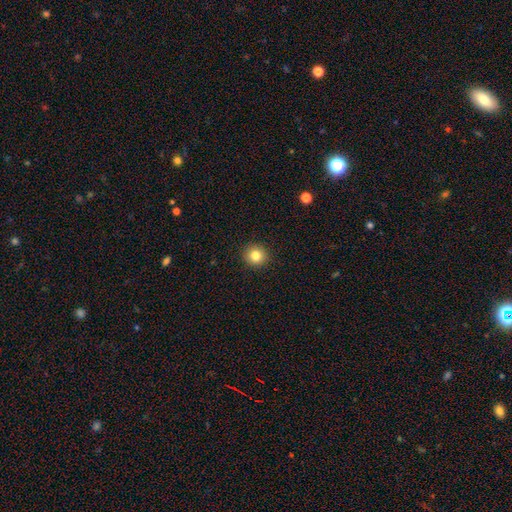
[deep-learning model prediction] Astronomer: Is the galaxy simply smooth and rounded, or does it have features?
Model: smooth — 82%.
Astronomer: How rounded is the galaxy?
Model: round — 93%.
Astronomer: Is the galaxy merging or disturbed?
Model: none — 93%.